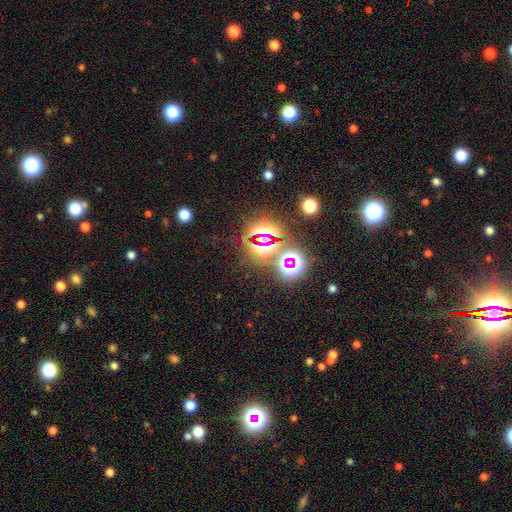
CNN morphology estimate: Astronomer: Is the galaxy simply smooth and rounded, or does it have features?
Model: star or artifact — 79%.